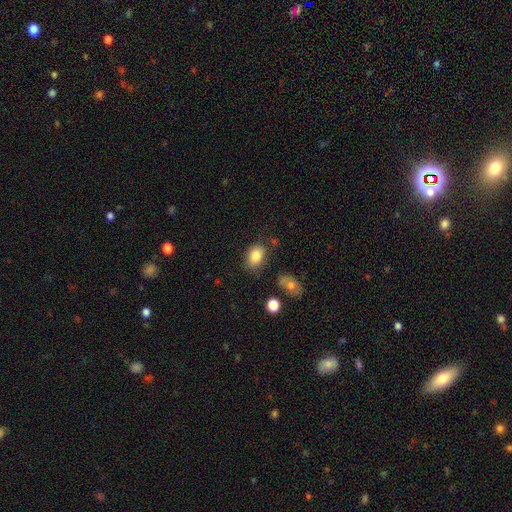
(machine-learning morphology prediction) This appears to be a smooth galaxy with no disk features (83%) that is in between round and cigar-shaped (78%). Merging: none (74%).